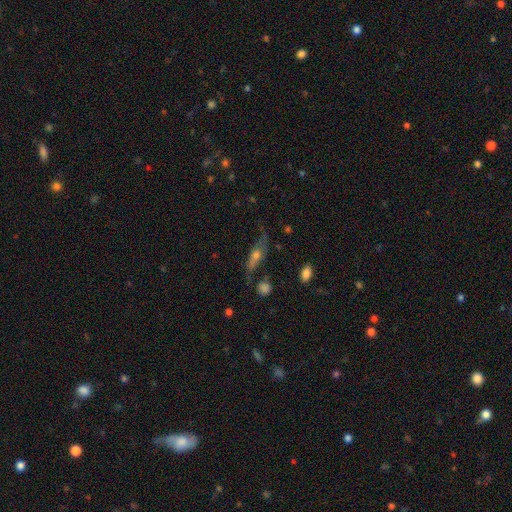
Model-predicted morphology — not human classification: Q: Smooth or featured?
A: featured or disk (57%); runner-up: smooth (30%)
Q: Edge-on disk?
A: yes (57%); runner-up: no (43%)
Q: Merging?
A: none (57%); runner-up: minor disturbance (23%)